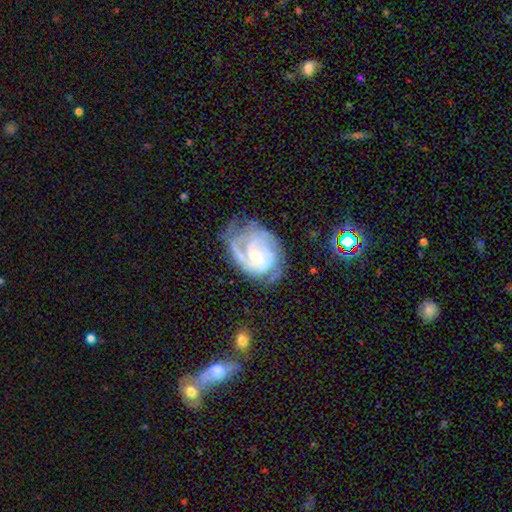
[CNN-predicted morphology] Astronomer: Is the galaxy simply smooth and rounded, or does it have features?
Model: featured or disk — 87%.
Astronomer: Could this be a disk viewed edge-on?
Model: no — 98%.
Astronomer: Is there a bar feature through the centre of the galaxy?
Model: no — 60%.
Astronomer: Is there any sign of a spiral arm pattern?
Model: yes — 96%.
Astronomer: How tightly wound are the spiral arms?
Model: tight — 58% (runner-up: medium, 35%).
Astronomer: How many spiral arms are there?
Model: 2 — 31% (runner-up: 3, 29%).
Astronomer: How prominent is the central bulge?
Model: small — 64%.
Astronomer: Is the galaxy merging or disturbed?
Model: none — 57%.